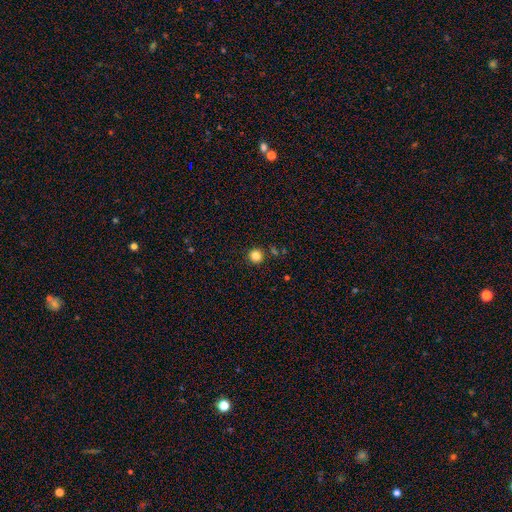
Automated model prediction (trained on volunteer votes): smooth 84%, star or artifact 12%, featured or disk 4%. Down the decision tree: how rounded — round (95%); merging — none (90%).